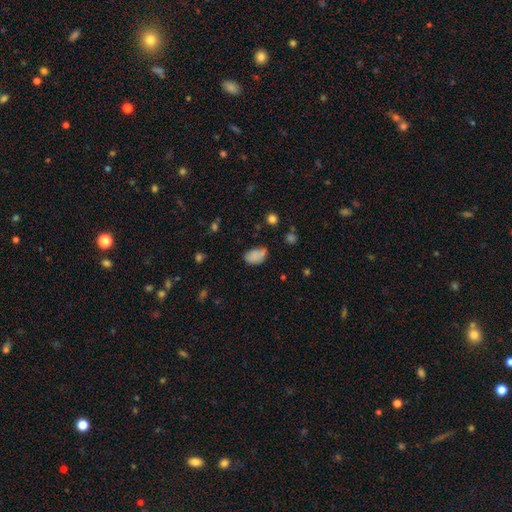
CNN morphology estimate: Smooth or featured? smooth (82%)
How rounded? in between (87%)
Merging? none (58%)